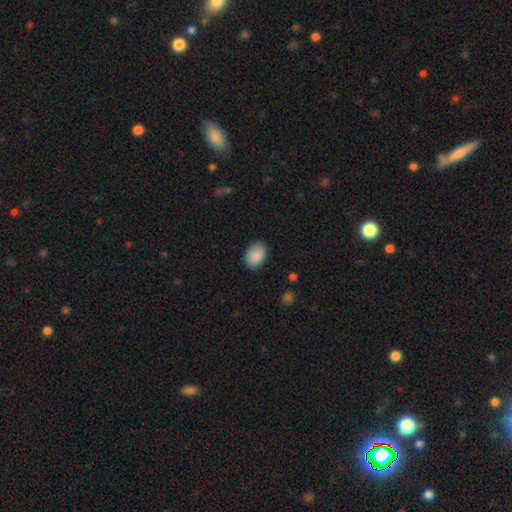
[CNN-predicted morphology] A smooth galaxy with no disk features (89%) that is in between round and cigar-shaped (77%).

Vote fractions:
- Smooth or featured? smooth: 89% / star or artifact: 7% / featured or disk: 4%
- How rounded? in between: 77% / round: 22% / cigar-shaped: 1%
- Merging? none: 84% / minor disturbance: 12% / major disturbance: 3% / merger: 1%